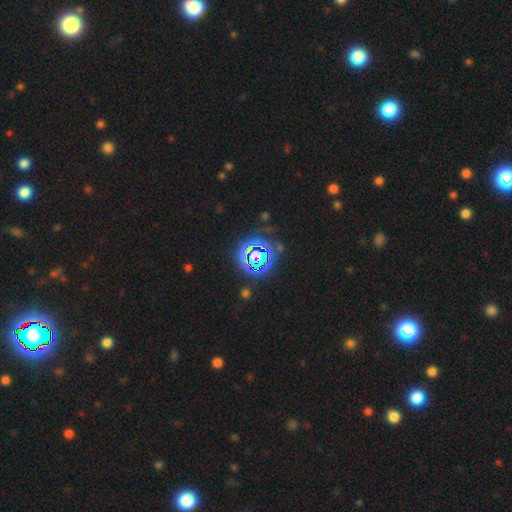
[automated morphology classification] smooth-or-featured: star or artifact: 70% | smooth: 18% | featured or disk: 12%